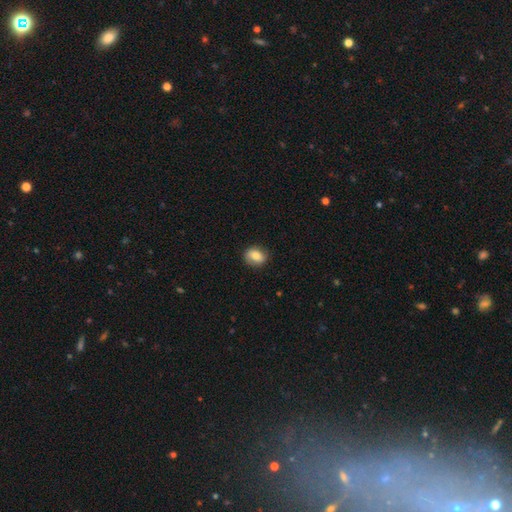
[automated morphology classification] This appears to be a smooth galaxy with no disk features (74%) that is in between round and cigar-shaped (53%). Merging: none (84%).